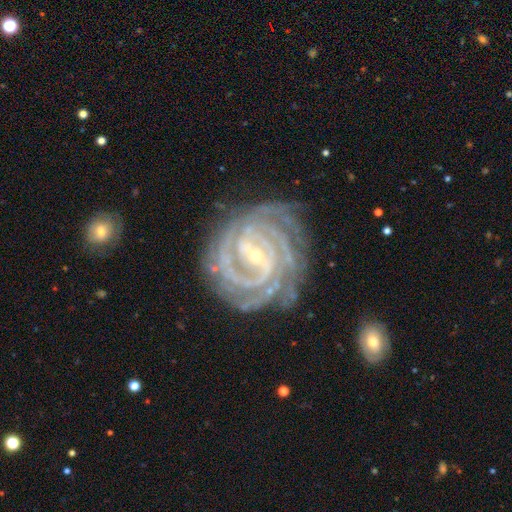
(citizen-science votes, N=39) Smooth or featured: featured or disk — 97% (star or artifact — 3%)
Edge-on disk: no — 97% (yes — 3%)
Bar: weak — 62% (strong — 27%)
Spiral arms: yes — 100%
Spiral winding: tight — 97% (medium — 3%)
Spiral arm count: 4 — 41% (3 — 27%)
Bulge size: small — 92% (moderate — 8%)
Merging: none — 84% (minor disturbance — 13%)